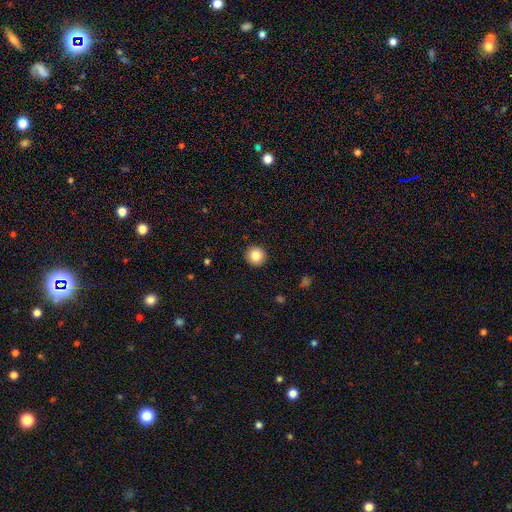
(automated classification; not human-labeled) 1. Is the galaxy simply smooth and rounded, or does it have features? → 84% smooth, 10% star or artifact, 6% featured or disk.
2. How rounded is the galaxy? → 95% round, 4% in between, 1% cigar-shaped.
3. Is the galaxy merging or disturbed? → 93% none, 4% minor disturbance, 1% major disturbance, 1% merger.